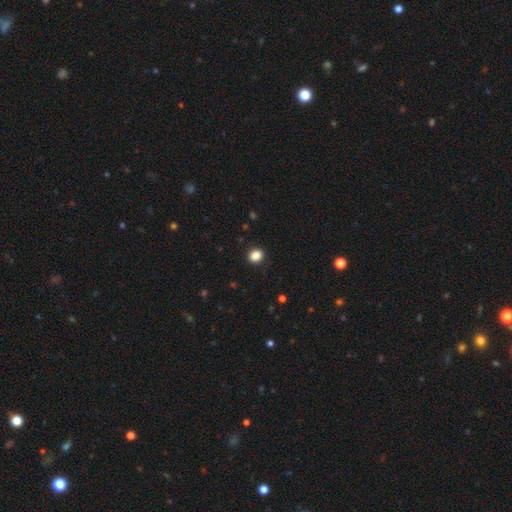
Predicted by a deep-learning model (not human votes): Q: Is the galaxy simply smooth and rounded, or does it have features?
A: smooth — 87%.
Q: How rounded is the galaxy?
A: round — 61%.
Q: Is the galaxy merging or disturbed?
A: none — 90%.